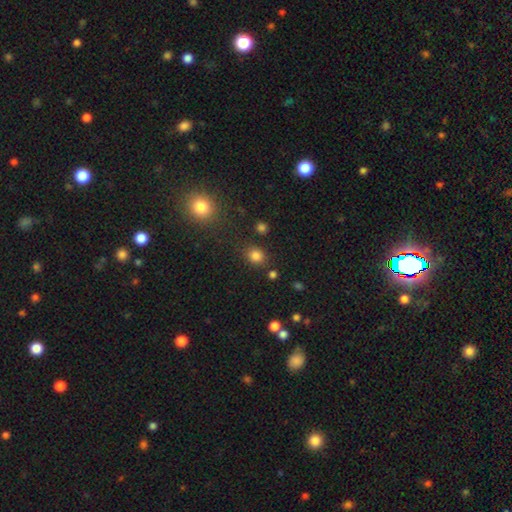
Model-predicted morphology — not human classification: Smooth or featured? smooth (81%)
How rounded? round (70%)
Merging? none (81%)